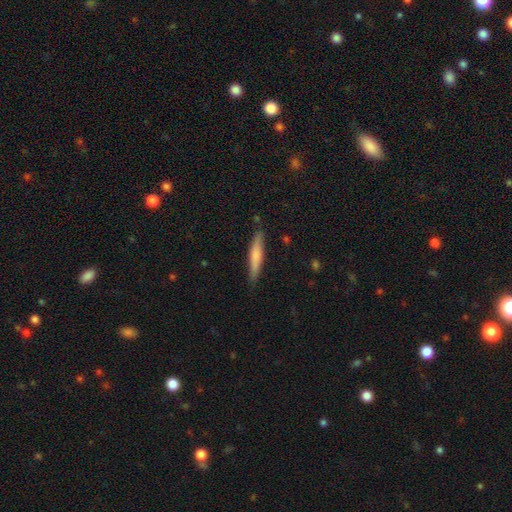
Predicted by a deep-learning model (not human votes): Morphology: type=smooth (63%); roundness=cigar-shaped (92%); merging=none (86%).